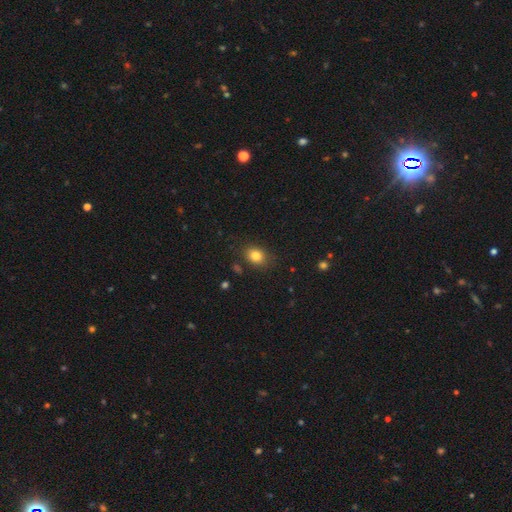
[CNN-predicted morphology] This is clearly a smooth galaxy (83%). How rounded: possibly in between (53%). Merging: clearly none (82%).